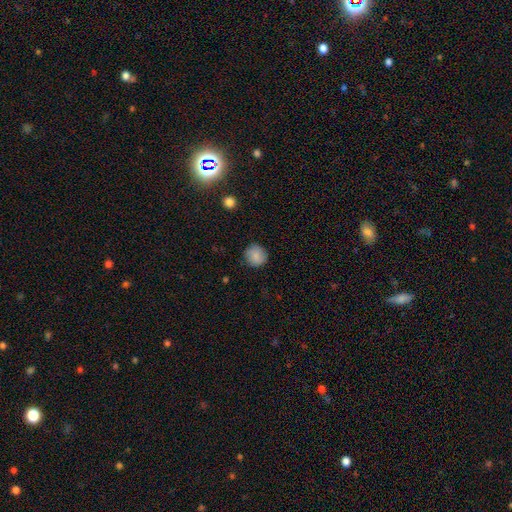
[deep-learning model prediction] This is clearly a smooth galaxy (85%). How rounded: clearly round (92%). Merging: clearly none (85%).